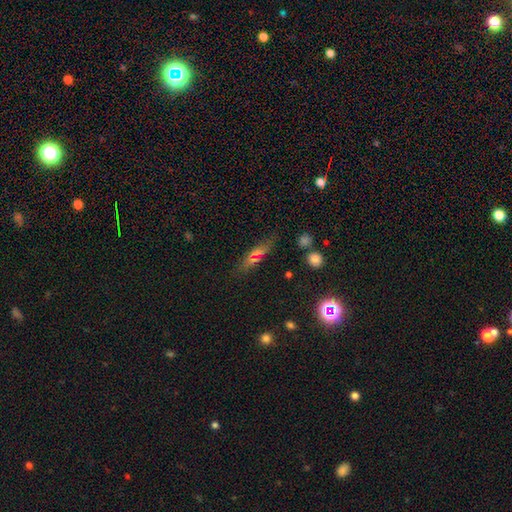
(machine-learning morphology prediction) type=smooth (57%); roundness=cigar-shaped (56%); merging=none (77%).